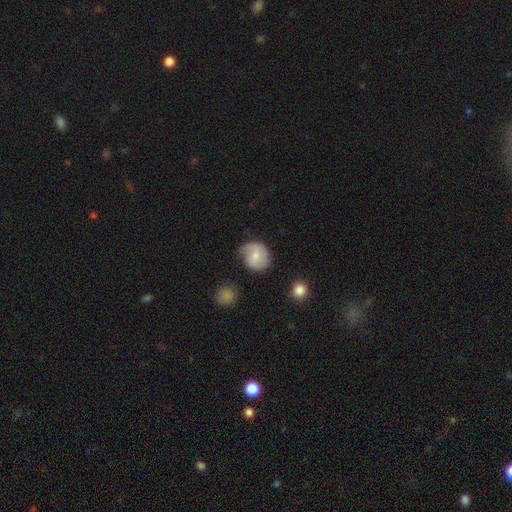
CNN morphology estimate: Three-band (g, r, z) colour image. It shows a smooth galaxy with no disk features (59%) that is round (75%). Merging: none (47%).